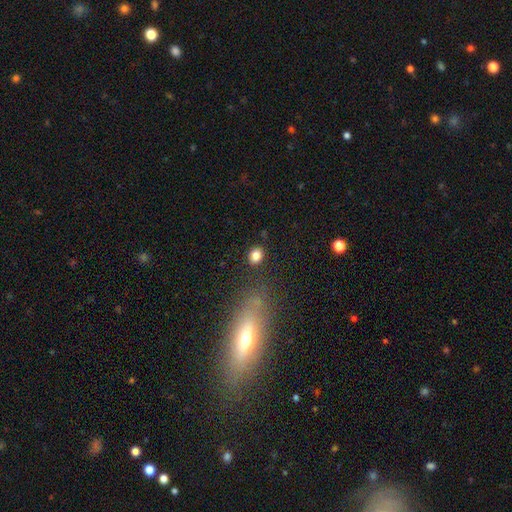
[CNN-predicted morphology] type=smooth (83%); roundness=round (54%); merging=none (86%).